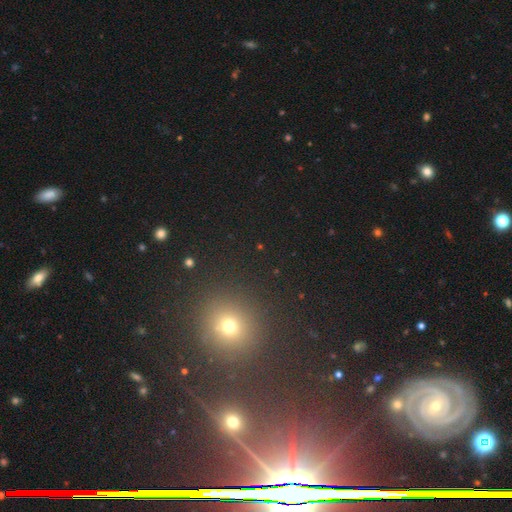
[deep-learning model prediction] This appears to be a star or artifact, not a galaxy (51%).